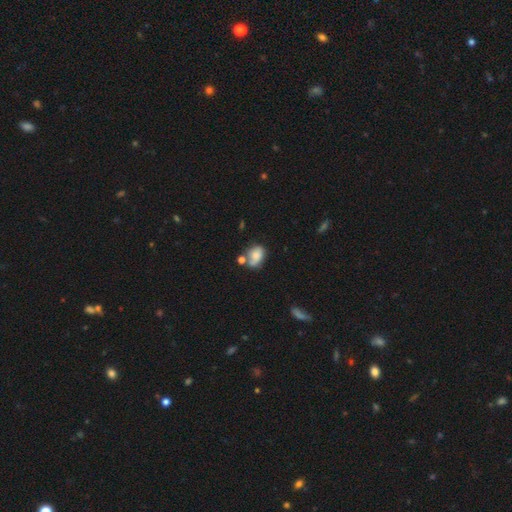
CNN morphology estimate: Smooth or featured?
  - smooth: 74% *
  - featured or disk: 17%
  - star or artifact: 10%
How rounded?
  - in between: 75% *
  - round: 23%
  - cigar-shaped: 2%
Merging?
  - none: 36% *
  - merger: 28%
  - minor disturbance: 25%
  - major disturbance: 11%